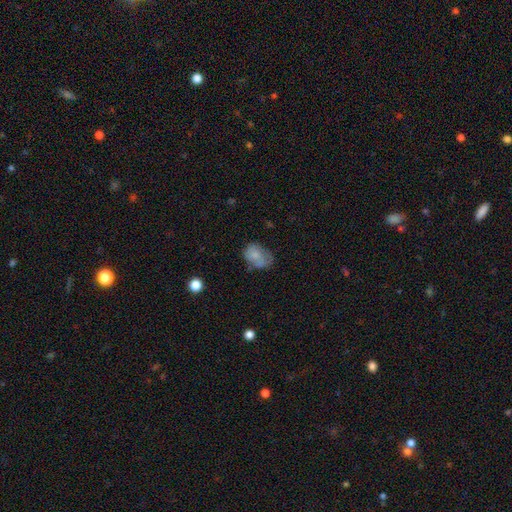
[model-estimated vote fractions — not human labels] This appears to be a smooth galaxy with no disk features (64%) that is in between round and cigar-shaped (70%). Merging: none (40%).